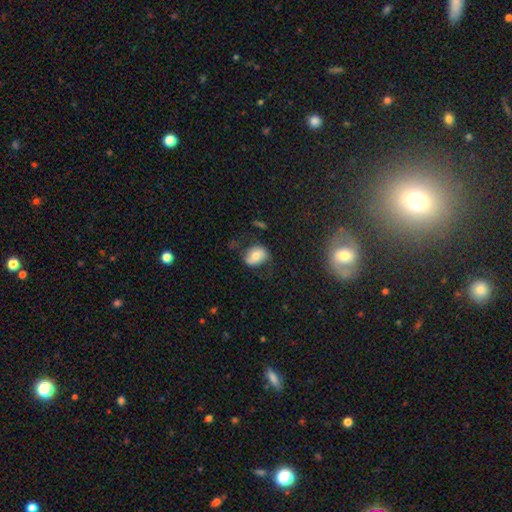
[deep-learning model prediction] smooth_or_featured: smooth (p=0.58) [alt: featured or disk p=0.33]
how_rounded: in between (p=0.71) [alt: round p=0.28]
merging: none (p=0.65) [alt: minor disturbance p=0.22]